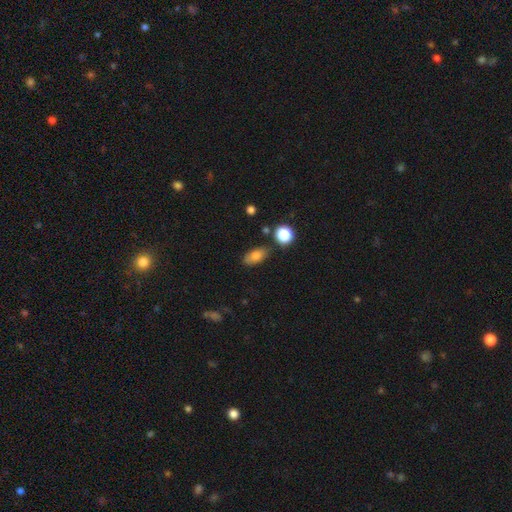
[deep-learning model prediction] Morphology: type=smooth (78%); roundness=in between (86%); merging=none (78%).